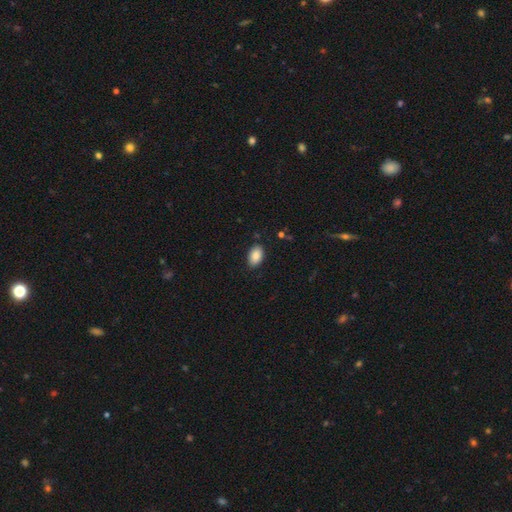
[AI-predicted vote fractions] A smooth galaxy with no disk features (88%) that is in between round and cigar-shaped (91%).

Vote fractions:
- Smooth or featured? smooth: 88% / star or artifact: 7% / featured or disk: 4%
- How rounded? in between: 91% / round: 8% / cigar-shaped: 1%
- Merging? none: 87% / minor disturbance: 10% / major disturbance: 2% / merger: 1%